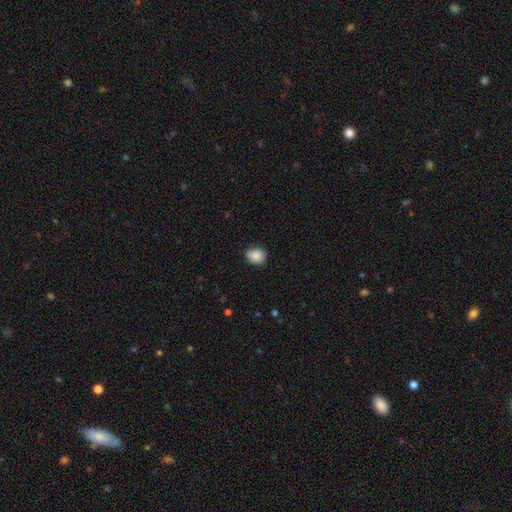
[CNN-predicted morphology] This is clearly a smooth galaxy (86%). How rounded: likely round (61%). Merging: likely none (77%).